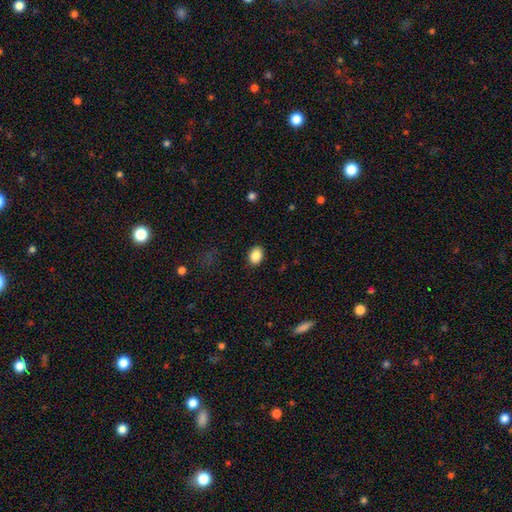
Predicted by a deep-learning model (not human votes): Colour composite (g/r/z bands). It shows a smooth galaxy with no disk features (88%) that is in between round and cigar-shaped (72%). Merging: none (88%).